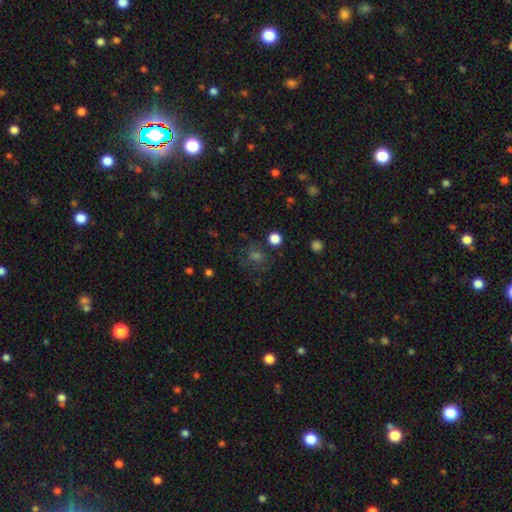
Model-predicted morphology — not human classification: type=smooth (45%); merging=none (68%).